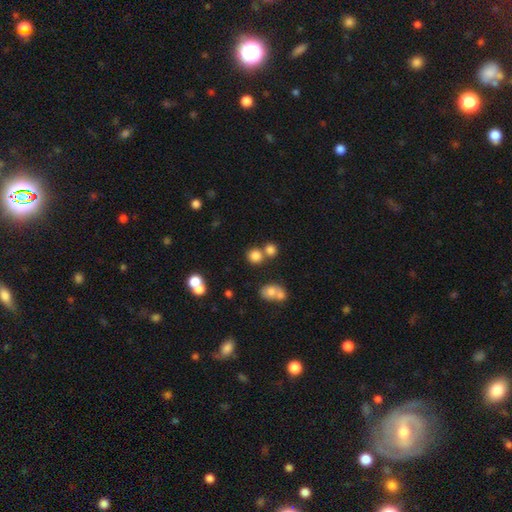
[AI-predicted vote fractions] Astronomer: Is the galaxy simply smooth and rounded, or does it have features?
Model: smooth — 79%.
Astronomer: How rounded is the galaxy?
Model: round — 86%.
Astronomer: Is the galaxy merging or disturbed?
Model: none — 60%.